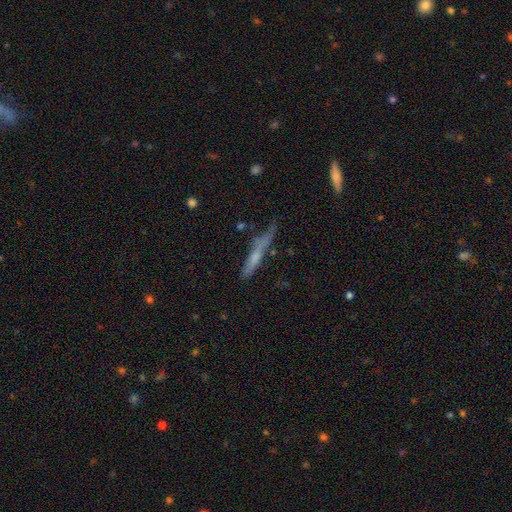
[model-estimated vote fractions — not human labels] Morphology: type=smooth (51%); roundness=cigar-shaped (92%); merging=none (62%).